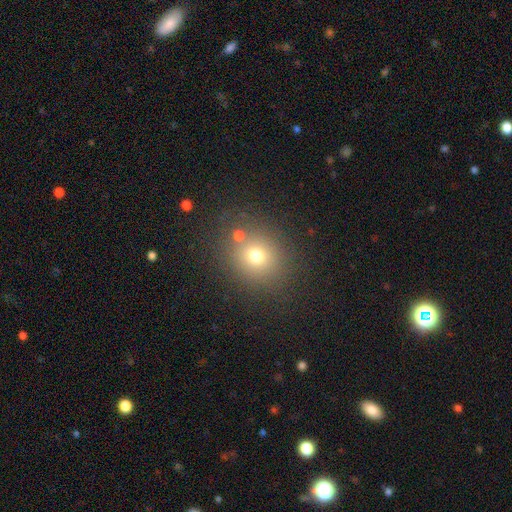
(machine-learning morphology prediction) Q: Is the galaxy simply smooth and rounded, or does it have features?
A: smooth — 70%.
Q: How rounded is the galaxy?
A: round — 81%.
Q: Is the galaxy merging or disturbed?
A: none — 76%.